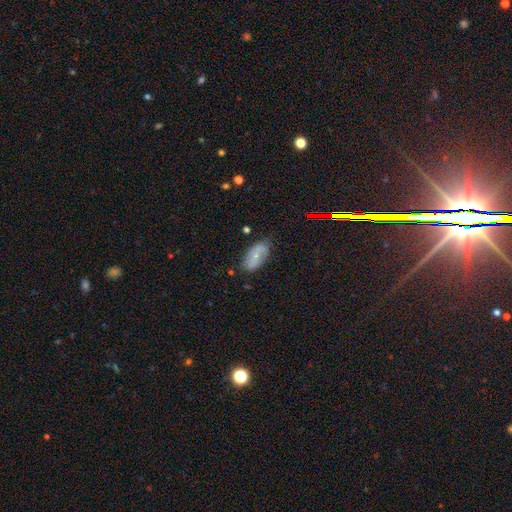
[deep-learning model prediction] The model was most divided on "smooth or featured": smooth: 51%, featured or disk: 40%, star or artifact: 8%. More confident: how rounded — in between (91%); merging — none (73%).